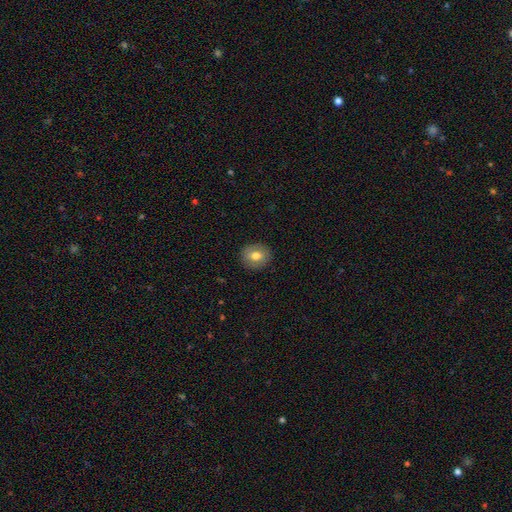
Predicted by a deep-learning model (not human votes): Smooth or featured: smooth — 72% (featured or disk — 20%)
How rounded: round — 77% (in between — 22%)
Merging: none — 89% (minor disturbance — 8%)